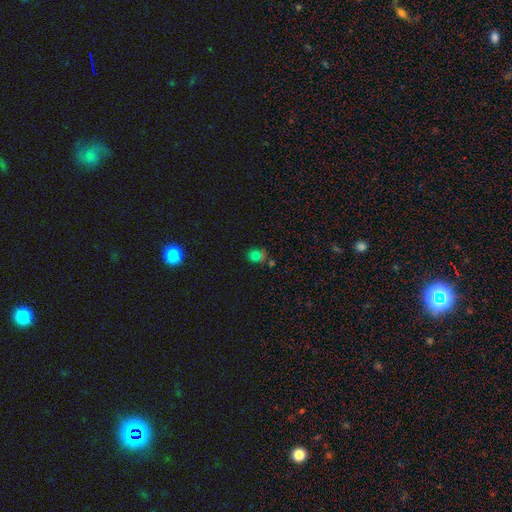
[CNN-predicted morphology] smooth_or_featured: smooth (p=0.59) [alt: star or artifact p=0.32]
how_rounded: round (p=0.65) [alt: in between p=0.33]
merging: none (p=0.65) [alt: minor disturbance p=0.16]